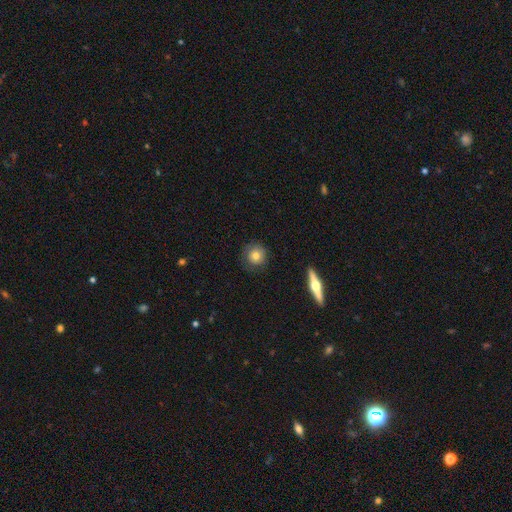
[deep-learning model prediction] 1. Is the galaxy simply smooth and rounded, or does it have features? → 71% smooth, 20% featured or disk, 9% star or artifact.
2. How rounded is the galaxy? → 93% round, 6% in between, 1% cigar-shaped.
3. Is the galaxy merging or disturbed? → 82% none, 13% minor disturbance, 4% major disturbance, 1% merger.